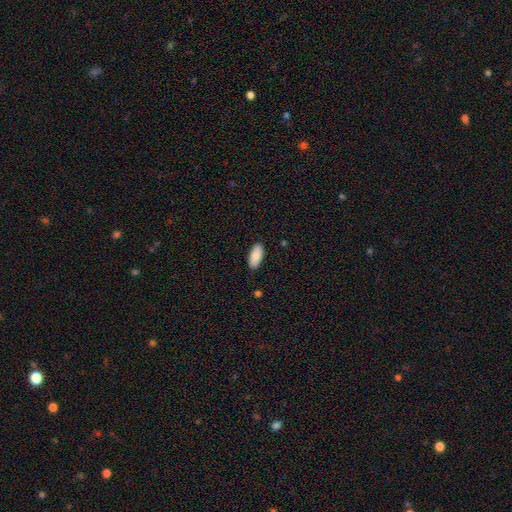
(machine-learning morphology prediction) smooth 89%, star or artifact 6%, featured or disk 5%. Down the decision tree: how rounded — in between (88%); merging — none (88%).